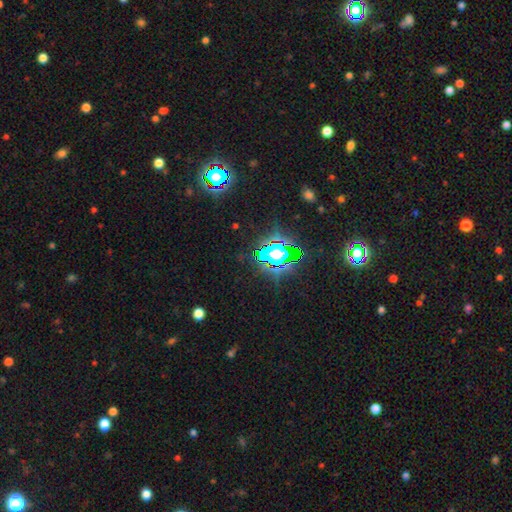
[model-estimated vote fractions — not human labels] Smooth or featured? Predicted: star or artifact (p=0.80).